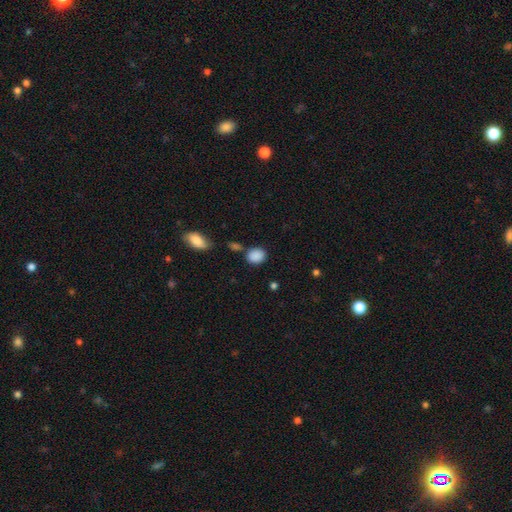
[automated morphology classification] Smooth or featured? Predicted: smooth (p=0.88). How rounded? Predicted: round (p=0.52). Merging? Predicted: none (p=0.71).